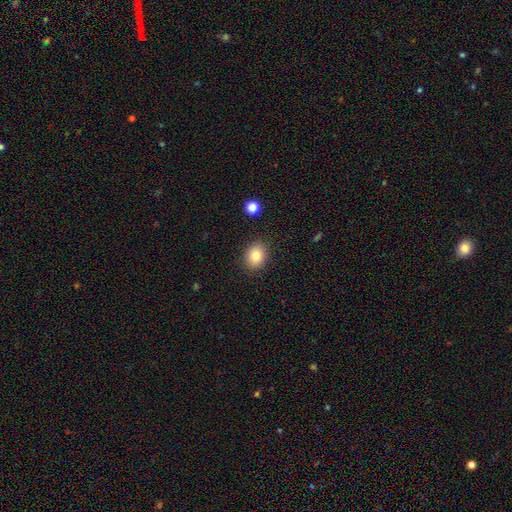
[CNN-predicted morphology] smooth-or-featured: smooth: 82% | star or artifact: 10% | featured or disk: 8%
  how-rounded: round: 51% | in between: 49% | cigar-shaped: 1%
  merging: none: 89% | minor disturbance: 8% | major disturbance: 2% | merger: 1%